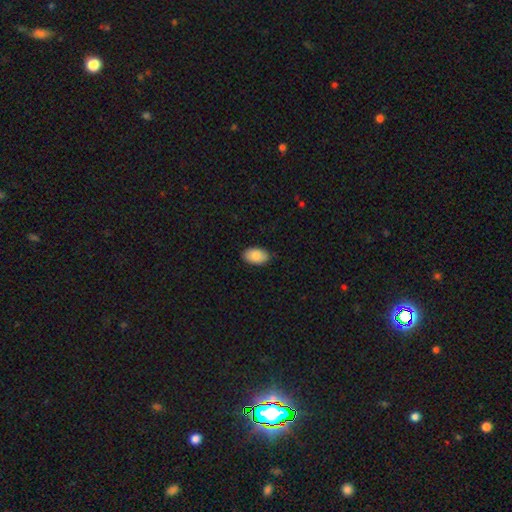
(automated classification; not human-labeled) A smooth galaxy with no disk features (85%) that is in between round and cigar-shaped (93%). Merging: none (86%).